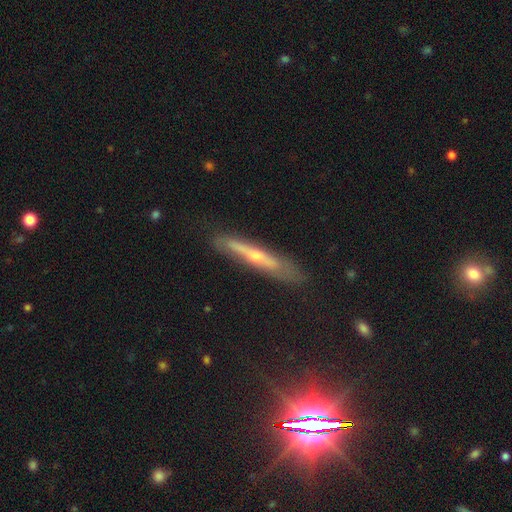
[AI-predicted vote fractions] Overall: featured or disk (65%; smooth 26%). Edge-on disk: yes (86%). Edge-on bulge: rounded (73%). Merging: none (78%).